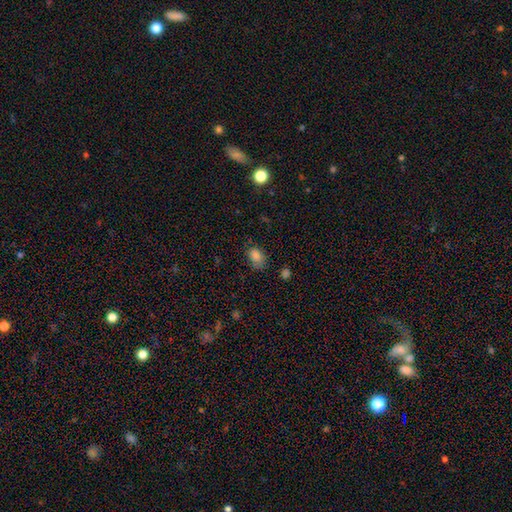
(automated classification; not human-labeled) Smooth or featured? smooth (81%)
How rounded? in between (79%)
Merging? none (65%)